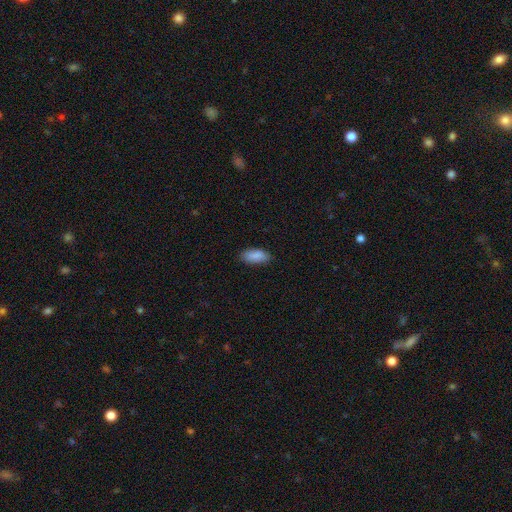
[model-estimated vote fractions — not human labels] This appears to be a smooth galaxy with no disk features (89%) that is in between round and cigar-shaped (89%). Merging: none (85%).